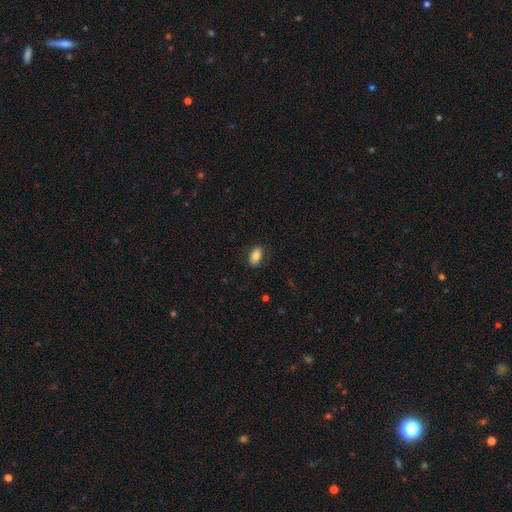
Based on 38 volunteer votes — Overall: smooth (79%). How rounded: in between (100%). Merging: none (91%).